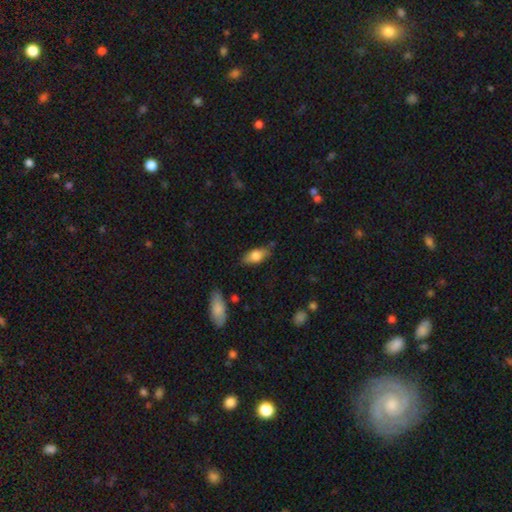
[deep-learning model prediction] Morphology: type=smooth (74%); roundness=in between (82%); merging=none (77%).